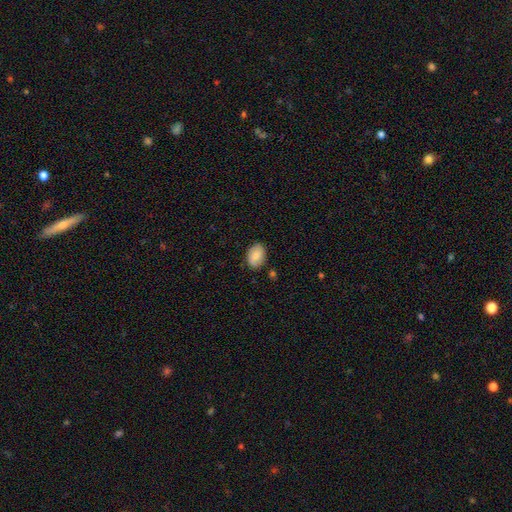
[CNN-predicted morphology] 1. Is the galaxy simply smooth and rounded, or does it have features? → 83% smooth, 10% featured or disk, 7% star or artifact.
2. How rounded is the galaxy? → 83% in between, 16% round, 1% cigar-shaped.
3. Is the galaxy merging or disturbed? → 83% none, 13% minor disturbance, 3% major disturbance, 2% merger.